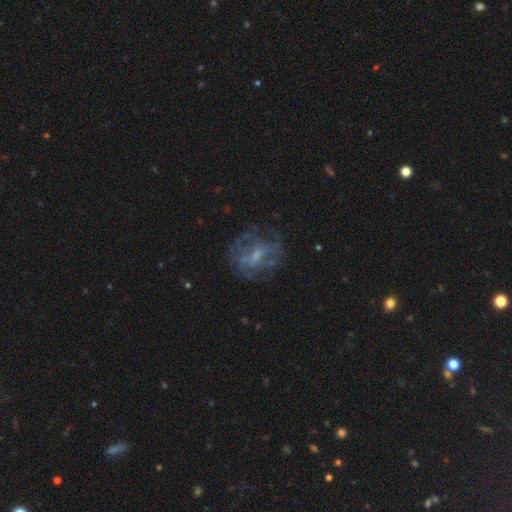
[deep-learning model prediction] Overall: featured or disk (67%). Edge-on disk: no (96%). Bar: weak (45%; no 42%). Spiral arms: yes (59%; no 41%). Bulge size: small (48%; moderate 31%). Merging: none (65%).